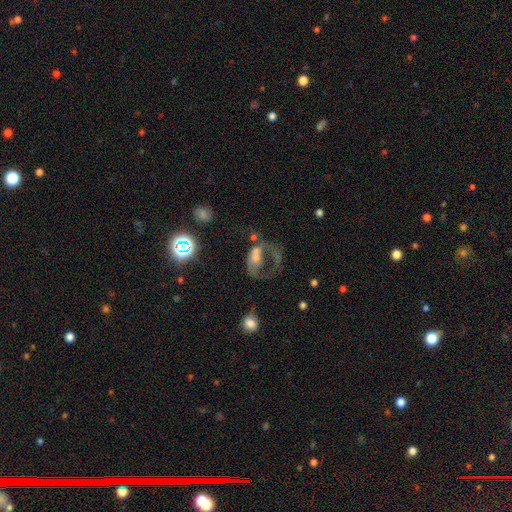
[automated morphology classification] type=featured or disk (48%); merging=major disturbance (47%).